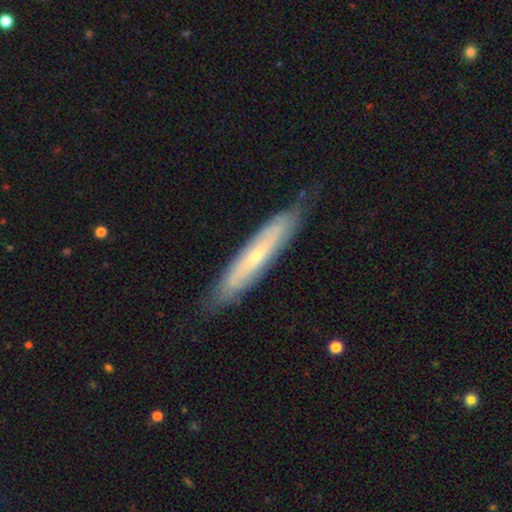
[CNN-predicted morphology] Q: Smooth or featured?
A: featured or disk (58%); runner-up: smooth (35%)
Q: Edge-on disk?
A: yes (61%); runner-up: no (39%)
Q: Merging?
A: none (78%); runner-up: minor disturbance (17%)